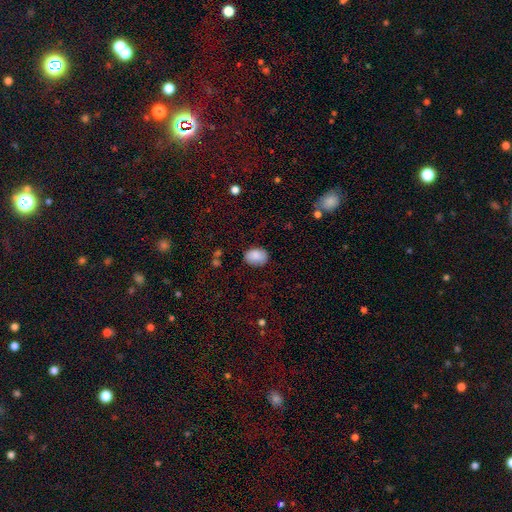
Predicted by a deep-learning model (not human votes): This is clearly a smooth galaxy (87%). How rounded: likely in between (75%). Merging: clearly none (81%).